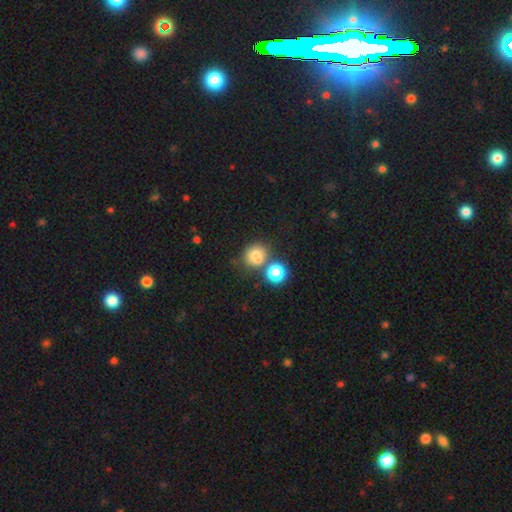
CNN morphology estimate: type=smooth (75%); roundness=round (79%); merging=none (55%).